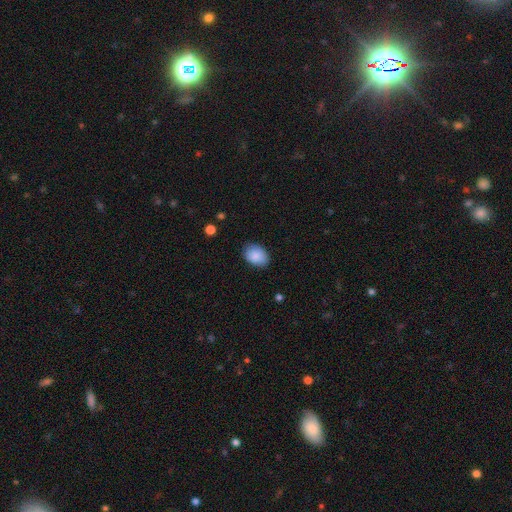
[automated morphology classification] The model was most divided on "how rounded": in between: 77%, round: 23%, cigar-shaped: 1%. More confident: smooth or featured — smooth (88%); merging — none (82%).